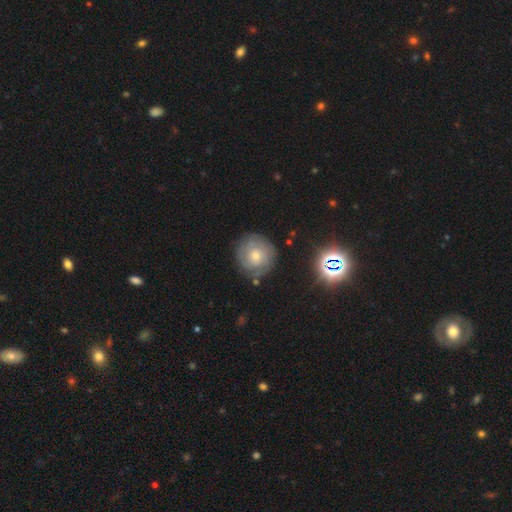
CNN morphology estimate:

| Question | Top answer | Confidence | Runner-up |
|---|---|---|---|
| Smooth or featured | smooth | 49% | featured or disk (40%) |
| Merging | none | 77% | minor disturbance (15%) |